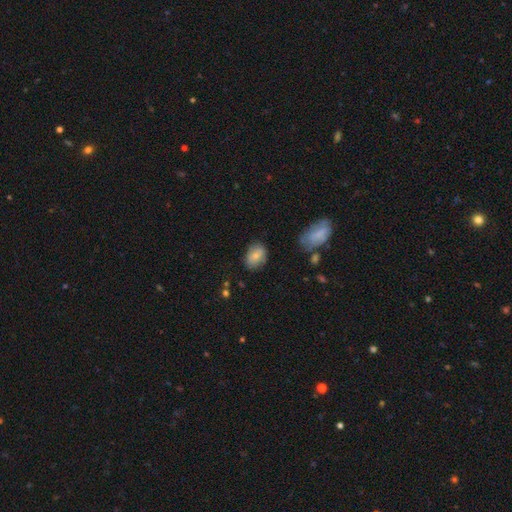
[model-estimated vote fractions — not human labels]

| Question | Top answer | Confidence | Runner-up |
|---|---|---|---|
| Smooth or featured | smooth | 75% | featured or disk (17%) |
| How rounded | in between | 77% | round (21%) |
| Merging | none | 73% | minor disturbance (19%) |